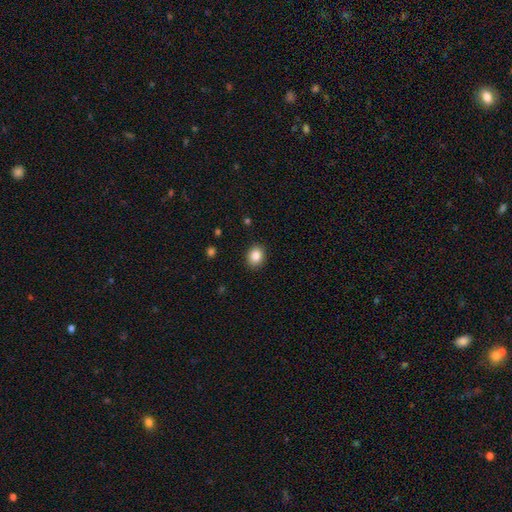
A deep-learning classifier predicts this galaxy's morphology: Overall: smooth (86%). How rounded: round (53%; in between 46%). Merging: none (89%).